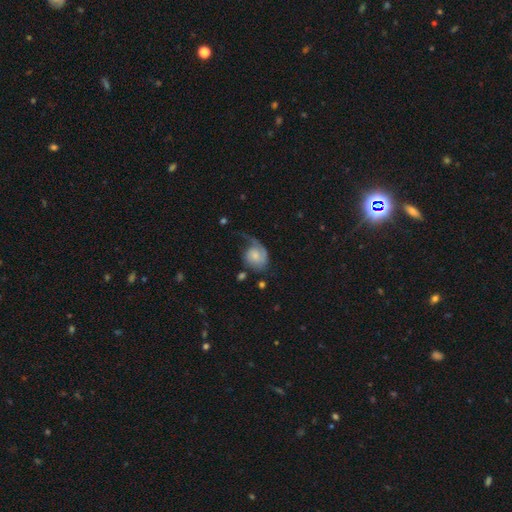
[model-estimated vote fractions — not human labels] featured or disk 56%, smooth 38%, star or artifact 7%. Down the decision tree: edge-on disk — no (97%); bar — no (72%); spiral arms — yes (86%); bulge size — small (45%); merging — major disturbance (42%).